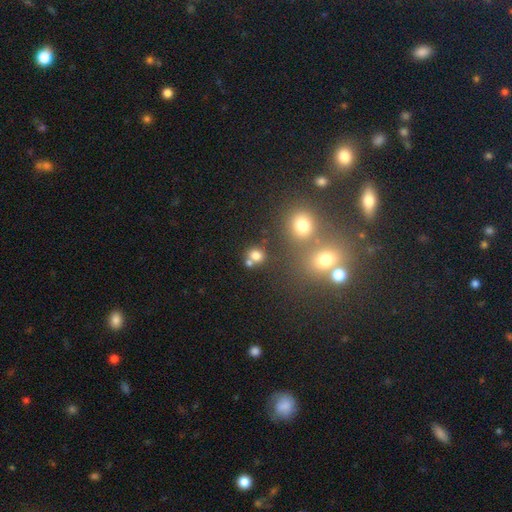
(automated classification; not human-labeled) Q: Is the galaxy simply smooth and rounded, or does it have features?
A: smooth — 75%.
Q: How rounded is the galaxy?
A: round — 82%.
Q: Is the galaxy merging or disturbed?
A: none — 61%.